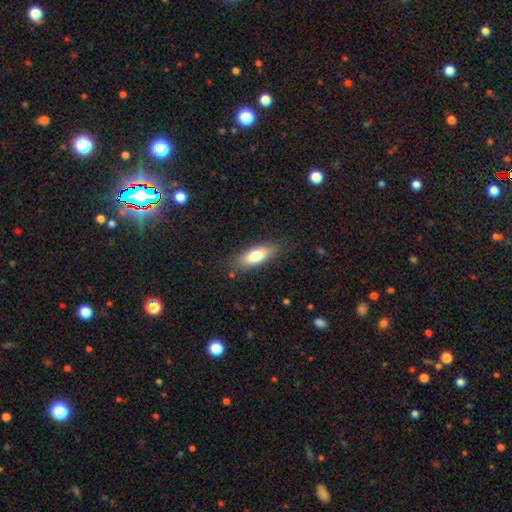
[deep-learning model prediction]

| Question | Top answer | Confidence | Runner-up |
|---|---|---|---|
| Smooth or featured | smooth | 77% | featured or disk (17%) |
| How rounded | in between | 70% | cigar-shaped (28%) |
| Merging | none | 81% | minor disturbance (14%) |